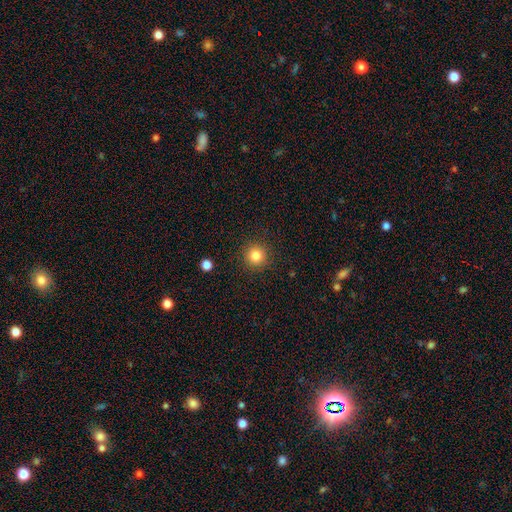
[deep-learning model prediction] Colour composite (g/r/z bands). It shows a smooth galaxy with no disk features (83%) that is round (95%). Merging: none (91%).